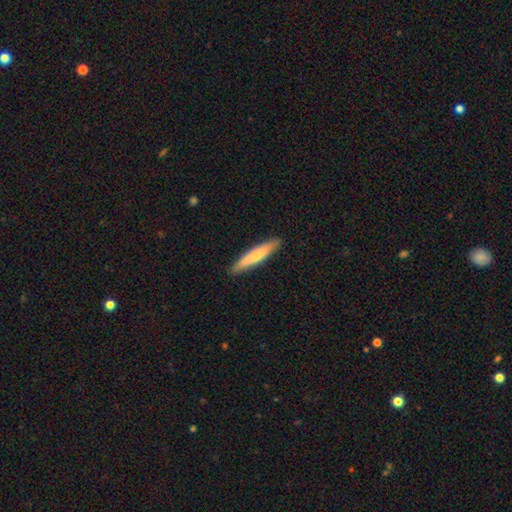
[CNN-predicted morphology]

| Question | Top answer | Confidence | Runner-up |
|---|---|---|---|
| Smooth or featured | smooth | 67% | featured or disk (28%) |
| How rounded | cigar-shaped | 91% | in between (8%) |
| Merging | none | 90% | minor disturbance (8%) |